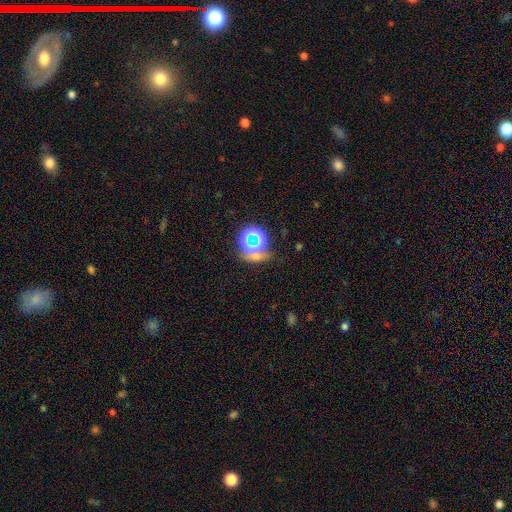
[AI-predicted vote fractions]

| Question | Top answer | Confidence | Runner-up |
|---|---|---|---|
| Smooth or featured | star or artifact | 52% | smooth (36%) |